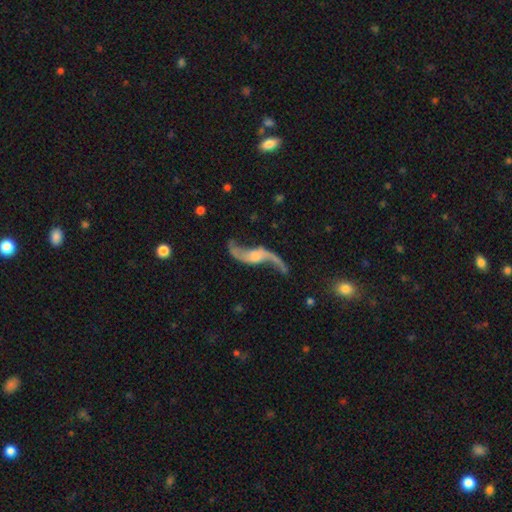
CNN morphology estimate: This is clearly a featured or disk galaxy (89%). It is clearly not viewed edge-on (92%). Bar: possibly no (57%). Spiral arm pattern: clearly yes (96%). Spiral arm count: clearly 2 (94%). Spiral winding: clearly loose (94%). Central bulge: possibly small (47%). Merging: likely none (69%).